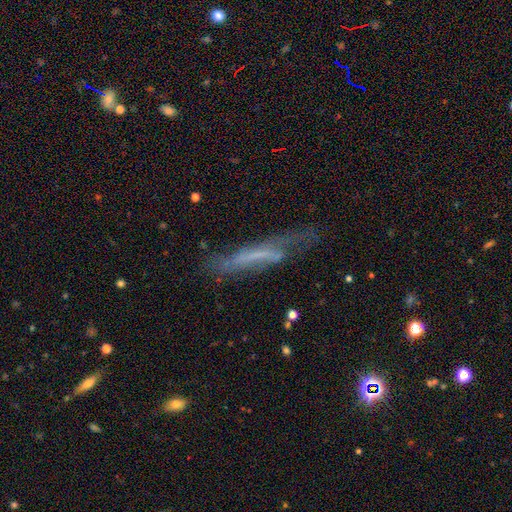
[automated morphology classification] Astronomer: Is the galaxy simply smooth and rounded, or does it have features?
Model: featured or disk — 54% (runner-up: smooth, 35%).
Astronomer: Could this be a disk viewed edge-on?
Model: yes — 64%.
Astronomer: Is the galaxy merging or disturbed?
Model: none — 55%.